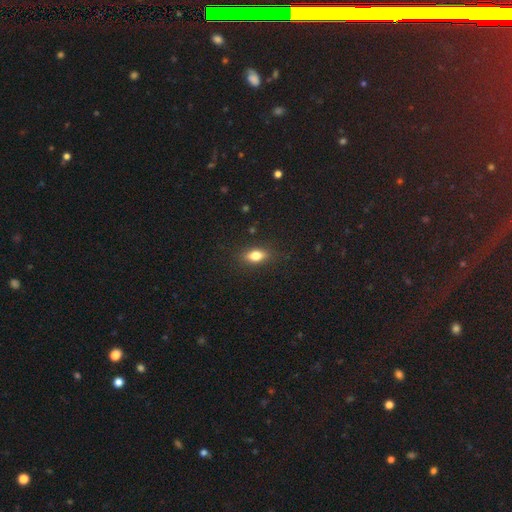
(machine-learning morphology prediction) smooth_or_featured: smooth (p=0.77) [alt: featured or disk p=0.13]
how_rounded: in between (p=0.79) [alt: cigar-shaped p=0.11]
merging: none (p=0.87) [alt: minor disturbance p=0.10]